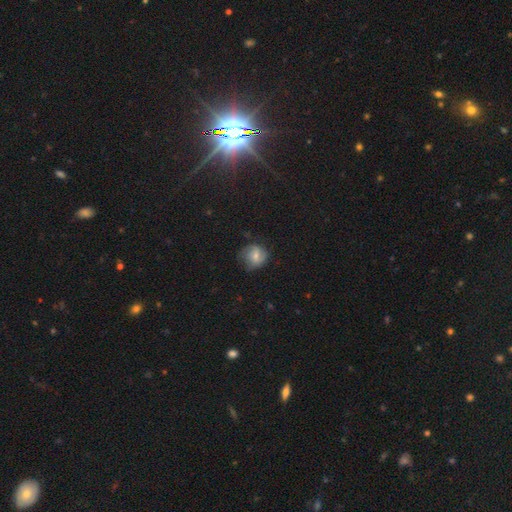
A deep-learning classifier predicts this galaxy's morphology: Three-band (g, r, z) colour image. It shows a smooth galaxy with no disk features (47%). Merging: none (61%).